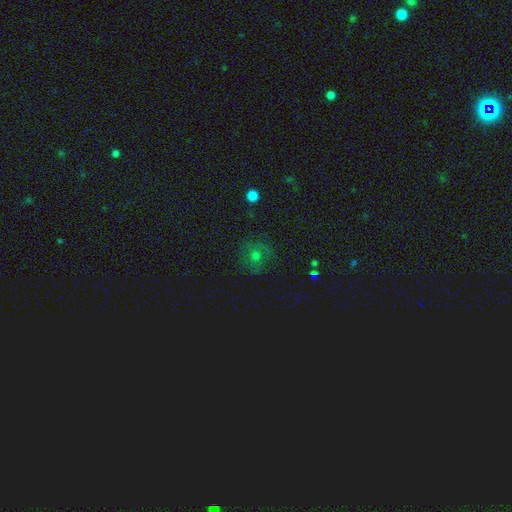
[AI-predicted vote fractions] smooth_or_featured: smooth (p=0.44) [alt: star or artifact p=0.37]
merging: none (p=0.79) [alt: minor disturbance p=0.14]